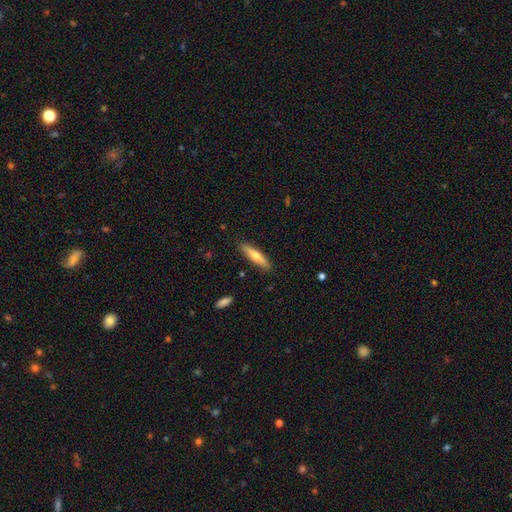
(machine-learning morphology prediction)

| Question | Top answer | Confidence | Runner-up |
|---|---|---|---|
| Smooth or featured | smooth | 52% | featured or disk (42%) |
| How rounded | cigar-shaped | 82% | in between (17%) |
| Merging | none | 88% | minor disturbance (8%) |